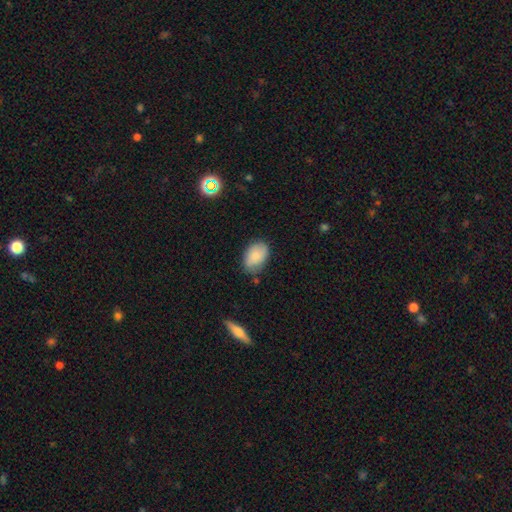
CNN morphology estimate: Q: Smooth or featured?
A: smooth (84%); runner-up: featured or disk (8%)
Q: How rounded?
A: in between (86%); runner-up: round (13%)
Q: Merging?
A: none (72%); runner-up: minor disturbance (22%)